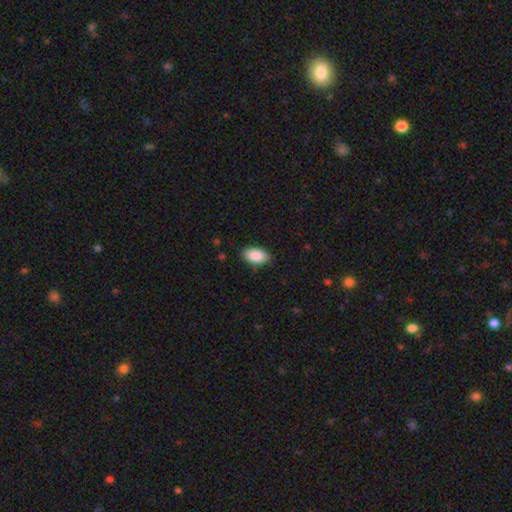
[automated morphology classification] A smooth galaxy with no disk features (89%) that is in between round and cigar-shaped (94%).

Vote fractions:
- Smooth or featured? smooth: 89% / star or artifact: 6% / featured or disk: 5%
- How rounded? in between: 94% / round: 4% / cigar-shaped: 2%
- Merging? none: 85% / minor disturbance: 11% / major disturbance: 2% / merger: 1%